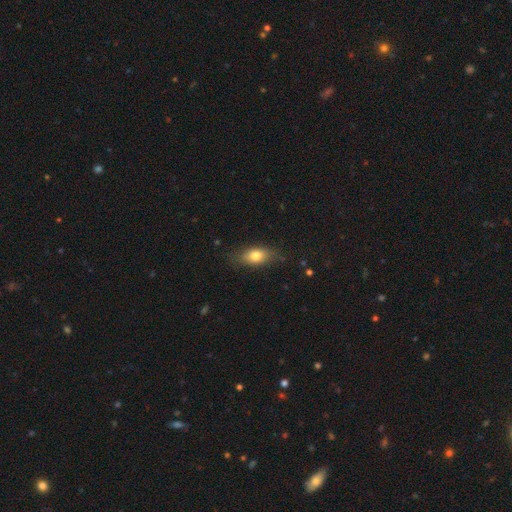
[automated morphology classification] type=smooth (77%); roundness=in between (81%); merging=none (76%).